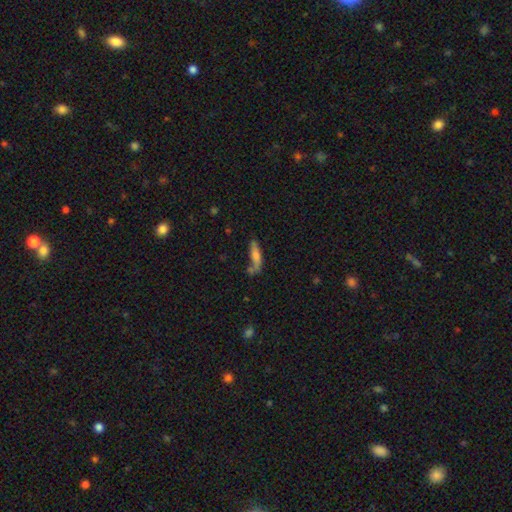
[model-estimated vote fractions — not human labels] A smooth galaxy with no disk features (66%) that is cigar-shaped (64%). Merging: none (45%).